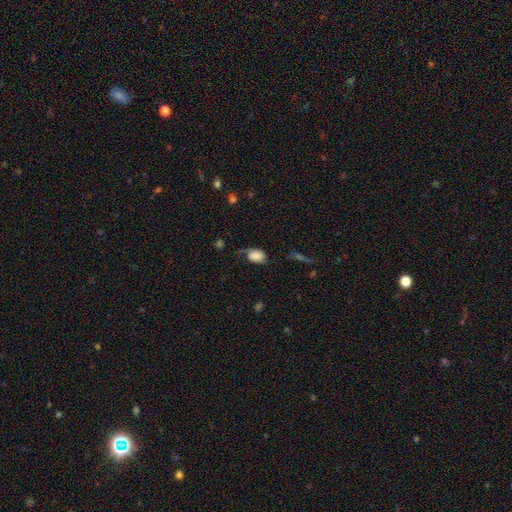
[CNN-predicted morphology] Smooth or featured?
  - smooth: 69% *
  - featured or disk: 20%
  - star or artifact: 10%
How rounded?
  - in between: 72% *
  - round: 26%
  - cigar-shaped: 1%
Merging?
  - none: 37% *
  - minor disturbance: 32%
  - major disturbance: 28%
  - merger: 4%